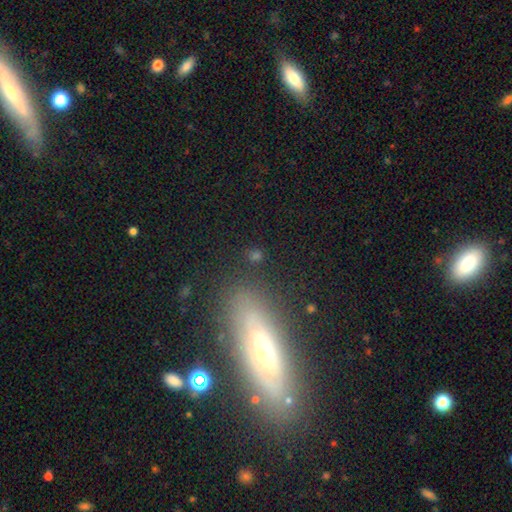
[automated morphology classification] Q: Smooth or featured?
A: smooth (54%); runner-up: star or artifact (32%)
Q: How rounded?
A: round (48%); runner-up: in between (45%)
Q: Merging?
A: none (72%); runner-up: minor disturbance (13%)